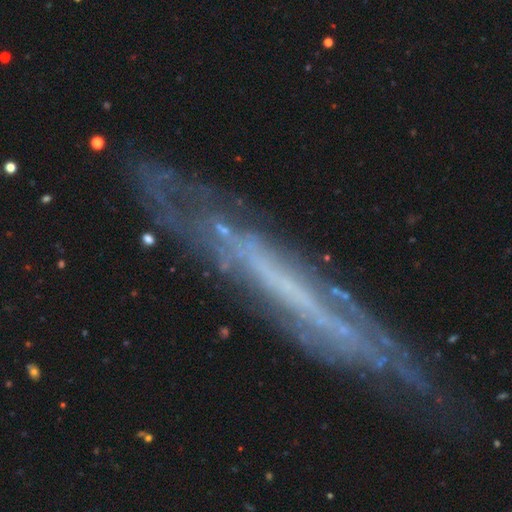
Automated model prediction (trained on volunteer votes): A featured or disk galaxy (74%) viewed edge-on (67%). Merging: none (67%).